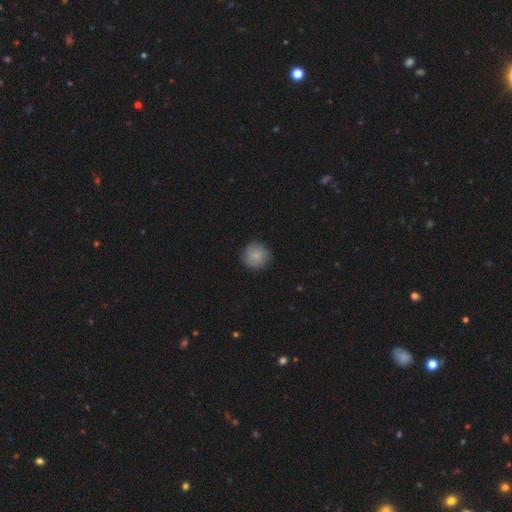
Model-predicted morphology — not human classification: This appears to be a smooth galaxy with no disk features (85%) that is round (94%). Merging: none (86%).